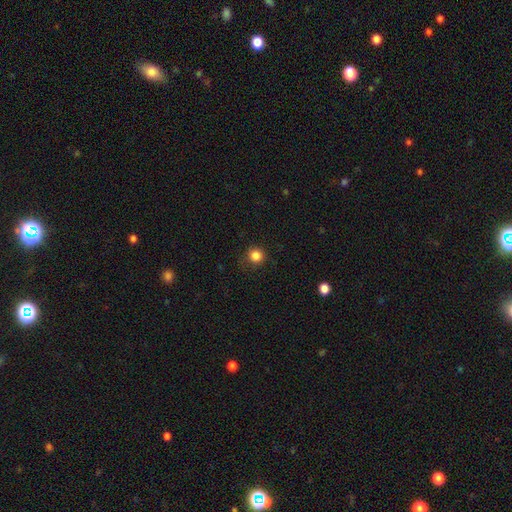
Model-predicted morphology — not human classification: This is clearly a smooth galaxy (84%). How rounded: clearly round (93%). Merging: clearly none (86%).